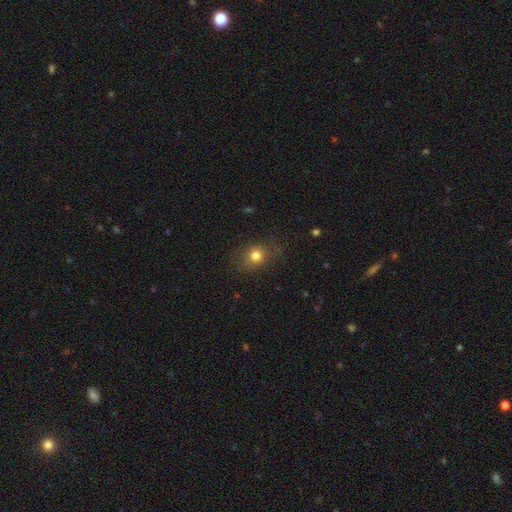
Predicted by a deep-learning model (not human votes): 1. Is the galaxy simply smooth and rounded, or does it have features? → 77% smooth, 14% star or artifact, 9% featured or disk.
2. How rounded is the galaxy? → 63% round, 36% in between, 1% cigar-shaped.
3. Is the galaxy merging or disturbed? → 79% none, 14% minor disturbance, 5% major disturbance, 1% merger.